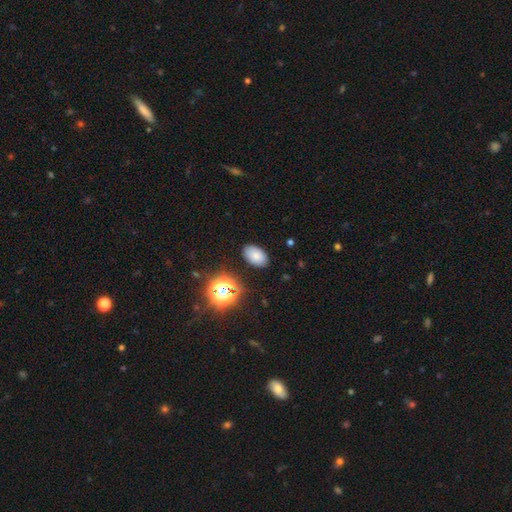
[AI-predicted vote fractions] This is likely a smooth galaxy (77%). How rounded: clearly in between (91%). Merging: clearly none (86%).